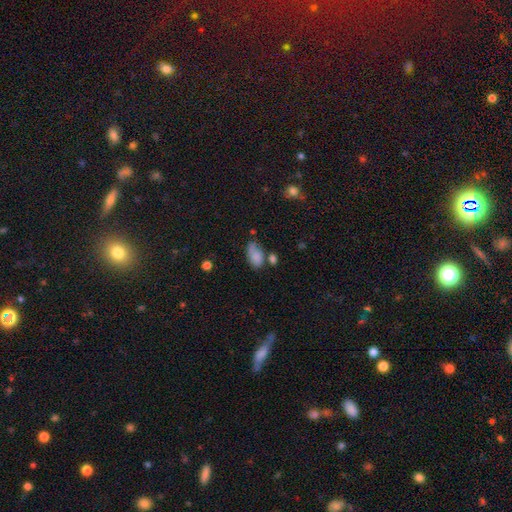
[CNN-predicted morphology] smooth 80%, featured or disk 11%, star or artifact 9%. Down the decision tree: how rounded — in between (92%); merging — none (47%).